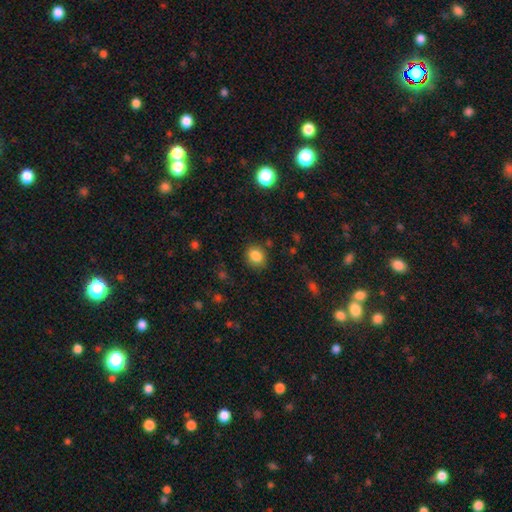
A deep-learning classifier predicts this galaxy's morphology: This is clearly a smooth galaxy (84%). How rounded: likely round (68%). Merging: clearly none (85%).